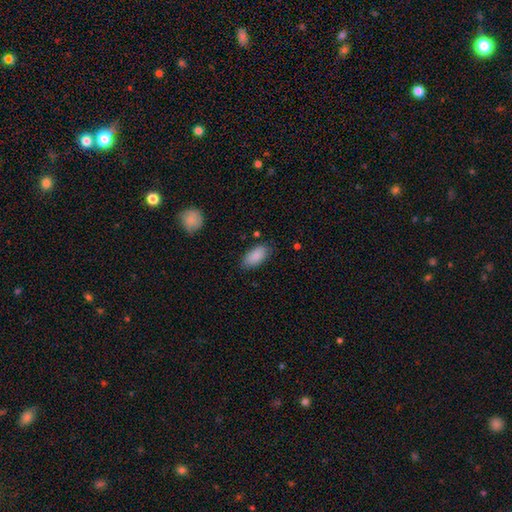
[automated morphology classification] smooth 89%, star or artifact 7%, featured or disk 5%. Down the decision tree: how rounded — in between (92%); merging — none (80%).